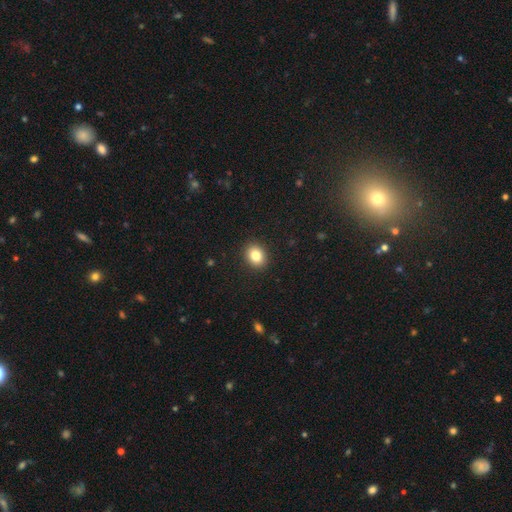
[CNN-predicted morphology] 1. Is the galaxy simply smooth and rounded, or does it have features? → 83% smooth, 10% star or artifact, 7% featured or disk.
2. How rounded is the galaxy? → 58% round, 41% in between, 1% cigar-shaped.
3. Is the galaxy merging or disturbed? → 91% none, 6% minor disturbance, 2% major disturbance, 1% merger.